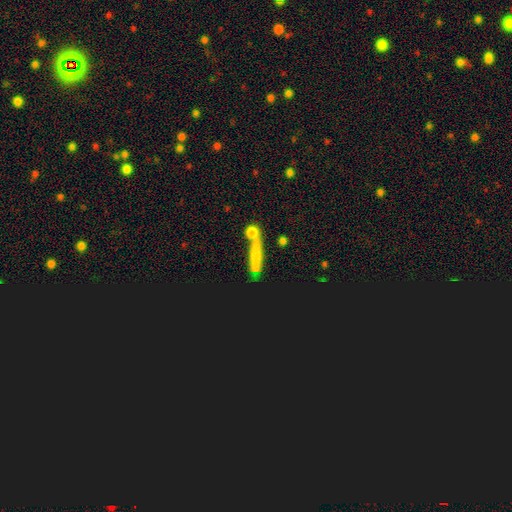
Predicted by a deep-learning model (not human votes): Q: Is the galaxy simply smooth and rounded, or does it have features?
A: smooth — 62%.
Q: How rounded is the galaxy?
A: cigar-shaped — 79%.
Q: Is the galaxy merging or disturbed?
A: none — 60%.